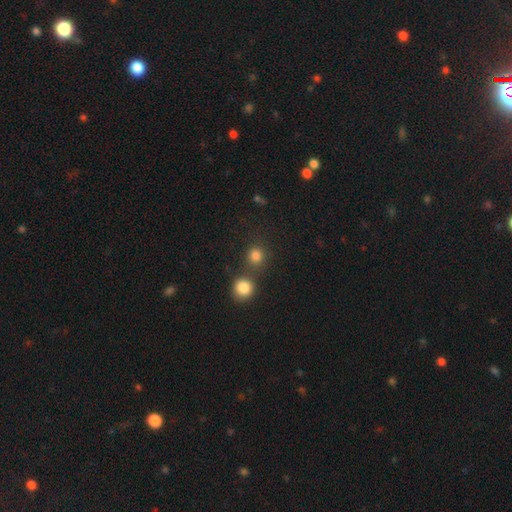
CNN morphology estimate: Smooth or featured?
  - smooth: 82% *
  - star or artifact: 13%
  - featured or disk: 5%
How rounded?
  - round: 88% *
  - in between: 10%
  - cigar-shaped: 1%
Merging?
  - none: 68% *
  - merger: 21%
  - minor disturbance: 8%
  - major disturbance: 3%